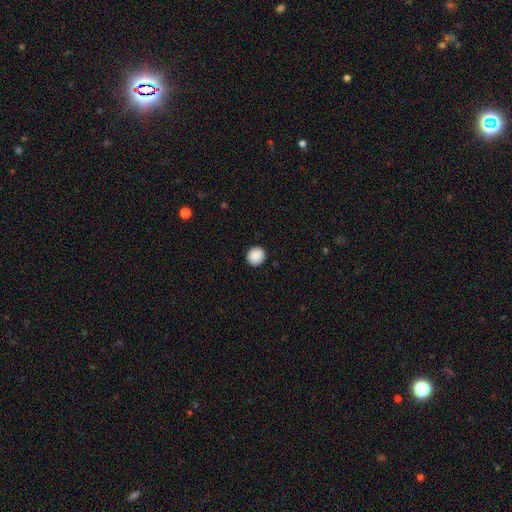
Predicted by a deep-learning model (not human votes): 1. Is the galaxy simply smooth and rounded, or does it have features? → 90% smooth, 8% star or artifact, 2% featured or disk.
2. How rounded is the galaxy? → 88% round, 11% in between, 1% cigar-shaped.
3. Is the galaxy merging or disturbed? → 92% none, 6% minor disturbance, 2% major disturbance, 1% merger.